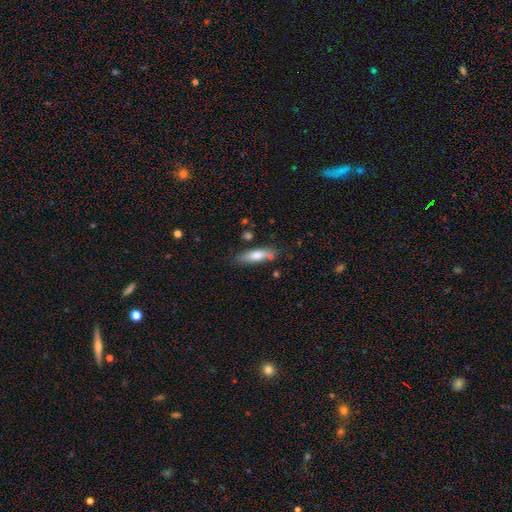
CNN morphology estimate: smooth 68%, featured or disk 25%, star or artifact 7%. Down the decision tree: how rounded — cigar-shaped (63%); merging — none (73%).